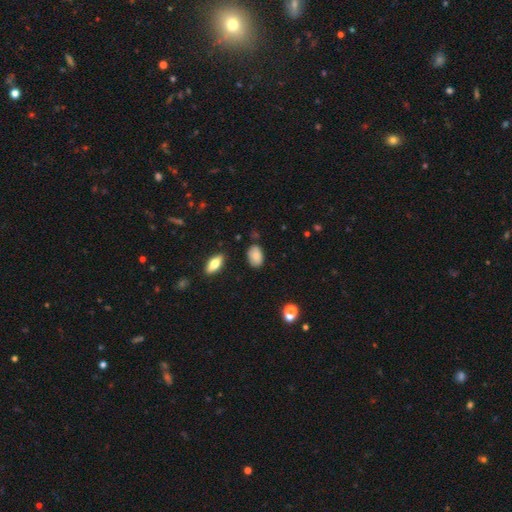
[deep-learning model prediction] Smooth or featured: smooth — 84% (star or artifact — 8%)
How rounded: in between — 89% (round — 9%)
Merging: none — 78% (minor disturbance — 16%)